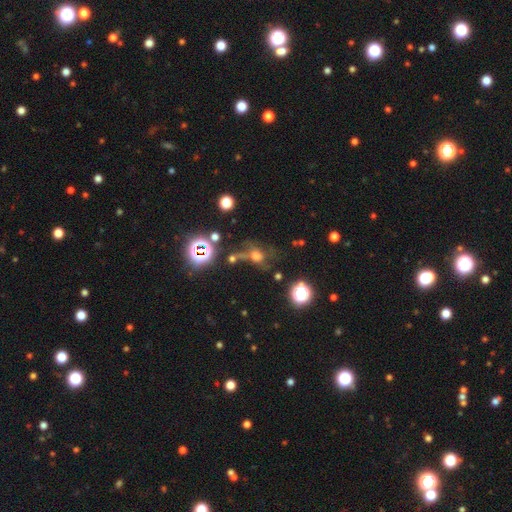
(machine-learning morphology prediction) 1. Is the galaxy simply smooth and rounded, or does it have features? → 38% smooth, 37% star or artifact, 26% featured or disk.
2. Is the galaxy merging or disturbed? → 38% none, 26% major disturbance, 19% merger, 17% minor disturbance.